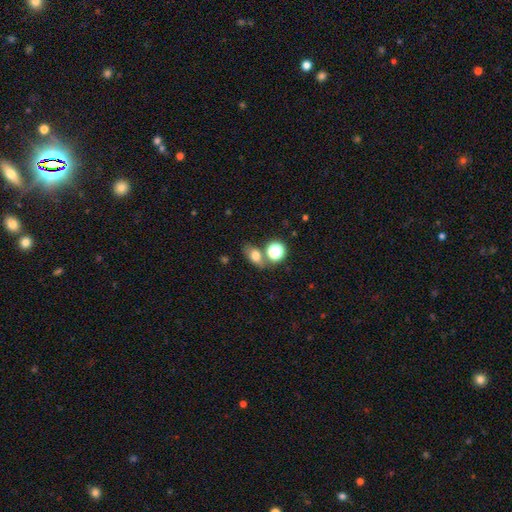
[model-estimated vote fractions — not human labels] Smooth or featured?
  - smooth: 72% *
  - star or artifact: 15%
  - featured or disk: 14%
How rounded?
  - in between: 72% *
  - round: 25%
  - cigar-shaped: 3%
Merging?
  - none: 60% *
  - merger: 22%
  - minor disturbance: 13%
  - major disturbance: 5%